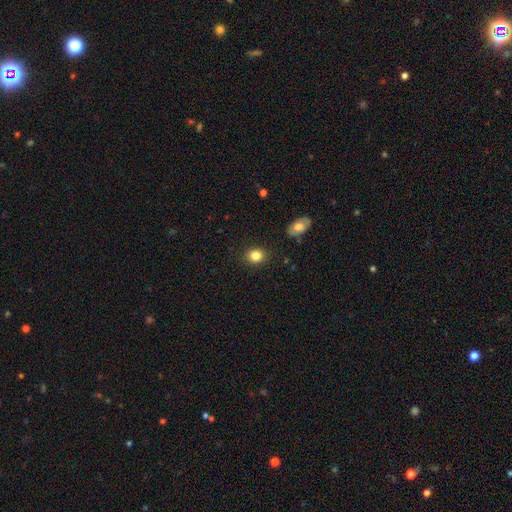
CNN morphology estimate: Q: Smooth or featured?
A: smooth (83%); runner-up: star or artifact (10%)
Q: How rounded?
A: round (62%); runner-up: in between (37%)
Q: Merging?
A: none (89%); runner-up: minor disturbance (8%)